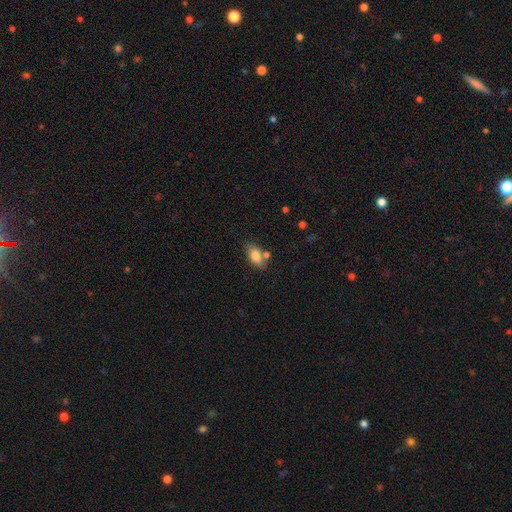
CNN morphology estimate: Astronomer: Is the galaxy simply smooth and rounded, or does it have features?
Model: smooth — 79%.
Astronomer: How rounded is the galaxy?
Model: in between — 88%.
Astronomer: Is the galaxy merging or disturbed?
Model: none — 68%.